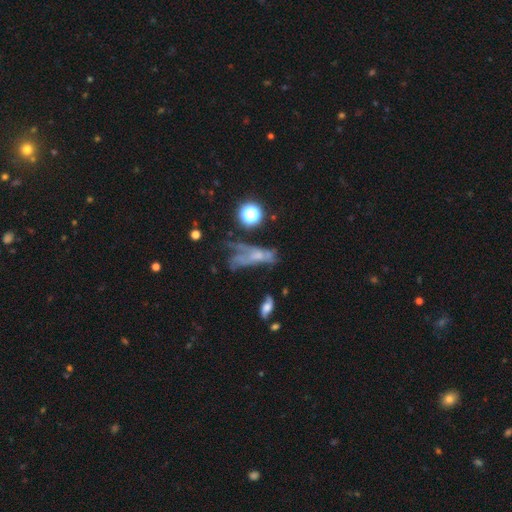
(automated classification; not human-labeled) This is possibly a featured or disk galaxy (47%). Merging: marginally major disturbance (41%).